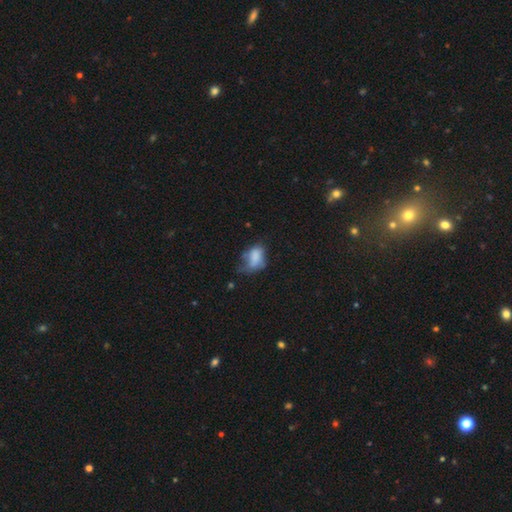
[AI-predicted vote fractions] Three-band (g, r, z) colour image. It shows a smooth galaxy with no disk features (71%) that is in between round and cigar-shaped (84%). Merging: major disturbance (35%).